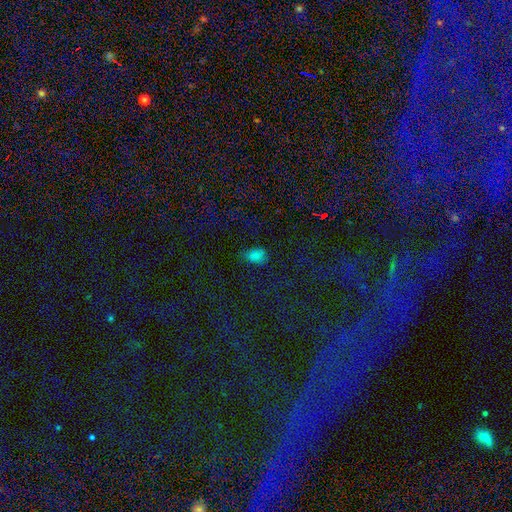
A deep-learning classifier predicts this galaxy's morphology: The model was most divided on "merging": none: 63%, minor disturbance: 26%, major disturbance: 9%, merger: 3%. More confident: how rounded — in between (82%); smooth or featured — smooth (72%).